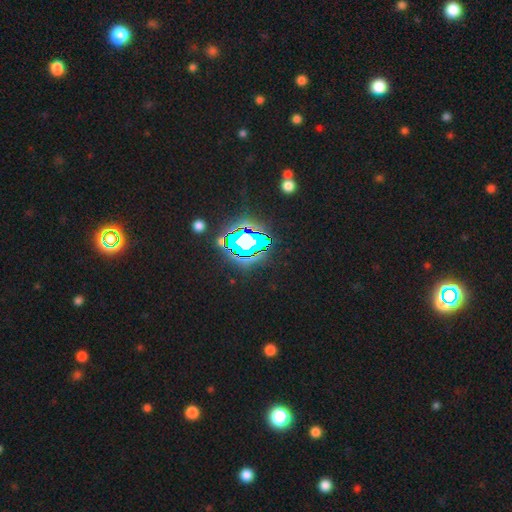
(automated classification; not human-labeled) Smooth or featured?
  - star or artifact: 84% *
  - smooth: 9%
  - featured or disk: 7%